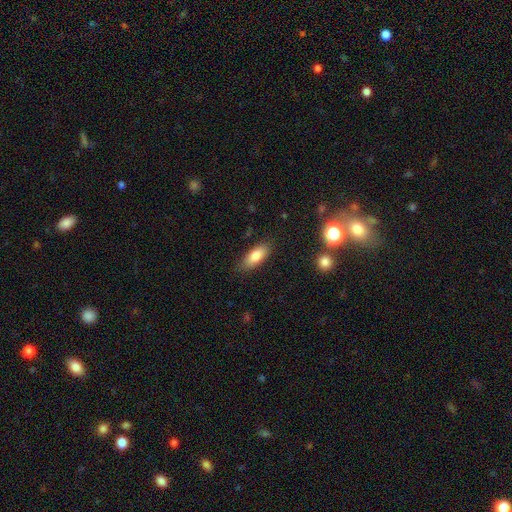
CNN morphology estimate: smooth 82%, featured or disk 11%, star or artifact 7%. Down the decision tree: how rounded — in between (78%); merging — none (83%).